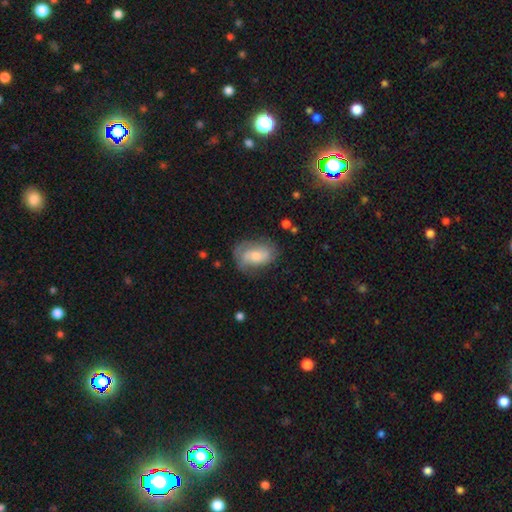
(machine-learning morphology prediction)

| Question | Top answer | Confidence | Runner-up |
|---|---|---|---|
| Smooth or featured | featured or disk | 56% | smooth (34%) |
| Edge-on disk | no | 95% | yes (5%) |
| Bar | no | 60% | weak (31%) |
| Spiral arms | yes | 81% | no (19%) |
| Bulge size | moderate | 49% | small (42%) |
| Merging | none | 62% | minor disturbance (24%) |